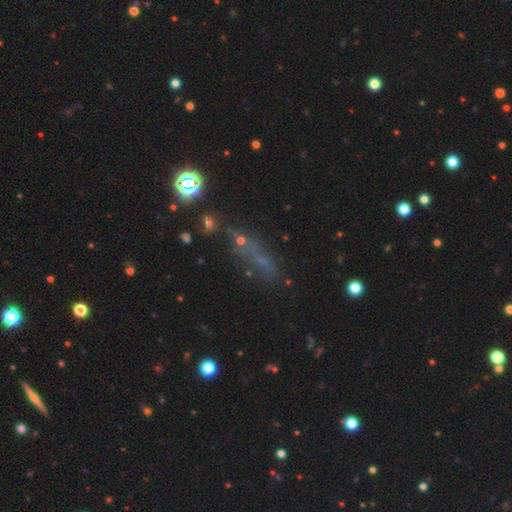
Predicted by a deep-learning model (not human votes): This appears to be a star or artifact, not a galaxy (39%).